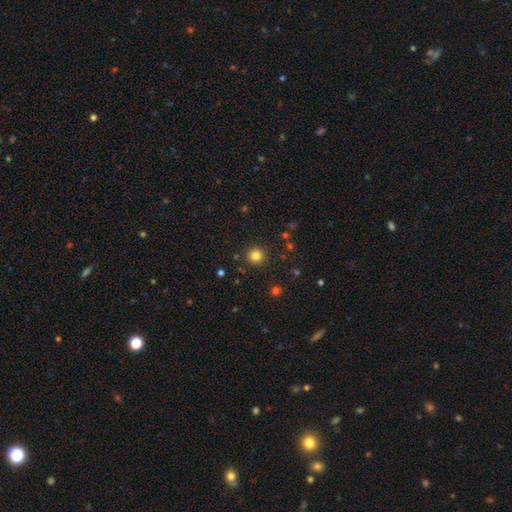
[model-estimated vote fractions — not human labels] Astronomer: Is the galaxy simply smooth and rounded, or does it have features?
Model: smooth — 82%.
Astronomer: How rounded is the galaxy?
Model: round — 95%.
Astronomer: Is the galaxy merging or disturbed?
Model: none — 91%.